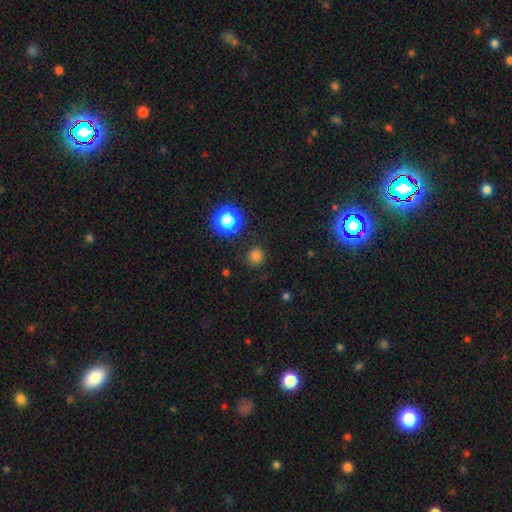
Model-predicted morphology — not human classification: Smooth or featured: smooth — 76% (star or artifact — 20%)
How rounded: round — 92% (in between — 7%)
Merging: none — 86% (minor disturbance — 9%)